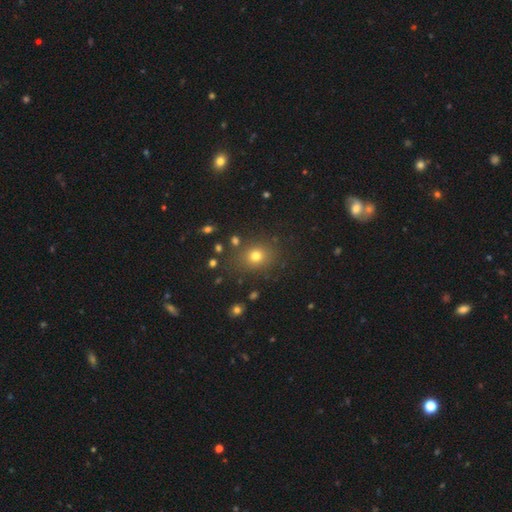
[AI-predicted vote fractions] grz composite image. It shows a smooth galaxy with no disk features (73%) that is round (66%). Merging: none (82%).